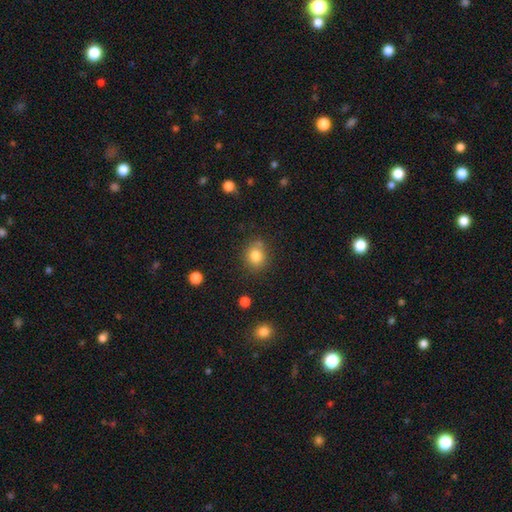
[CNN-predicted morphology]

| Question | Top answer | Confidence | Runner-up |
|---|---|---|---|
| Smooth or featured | smooth | 81% | star or artifact (11%) |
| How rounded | round | 76% | in between (23%) |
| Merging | none | 76% | minor disturbance (15%) |